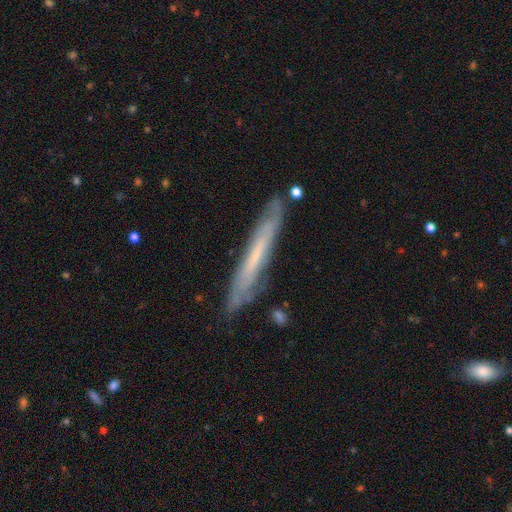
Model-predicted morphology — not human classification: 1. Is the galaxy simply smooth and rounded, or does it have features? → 56% featured or disk, 37% smooth, 7% star or artifact.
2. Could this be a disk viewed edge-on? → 79% yes, 21% no.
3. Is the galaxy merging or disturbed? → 81% none, 13% minor disturbance, 3% major disturbance, 3% merger.